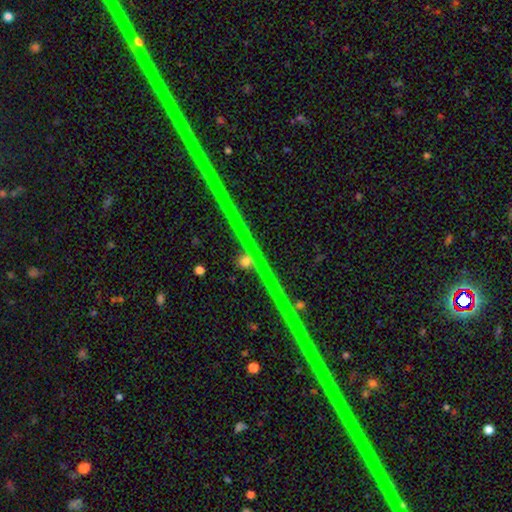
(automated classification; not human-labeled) This is clearly a star or artifact rather than a galaxy (88%).